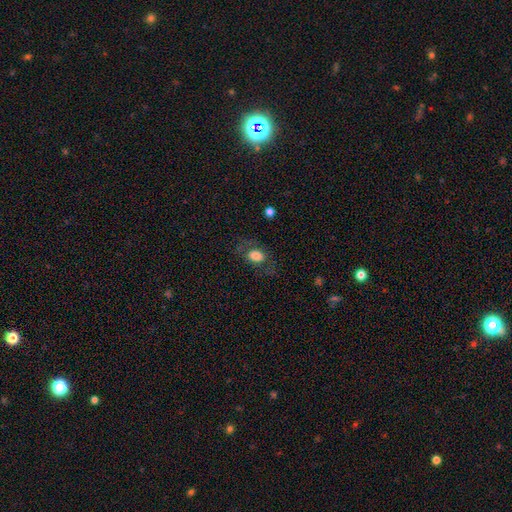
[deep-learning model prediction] This is likely a smooth galaxy (72%). How rounded: clearly in between (83%). Merging: likely none (65%).